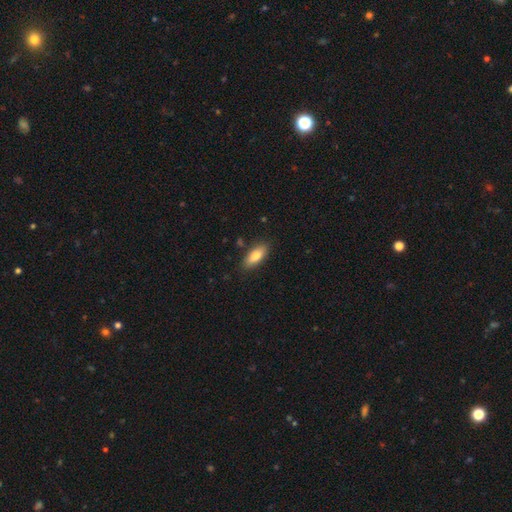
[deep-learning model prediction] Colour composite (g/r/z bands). It shows a smooth galaxy with no disk features (81%) that is in between round and cigar-shaped (80%). Merging: none (85%).